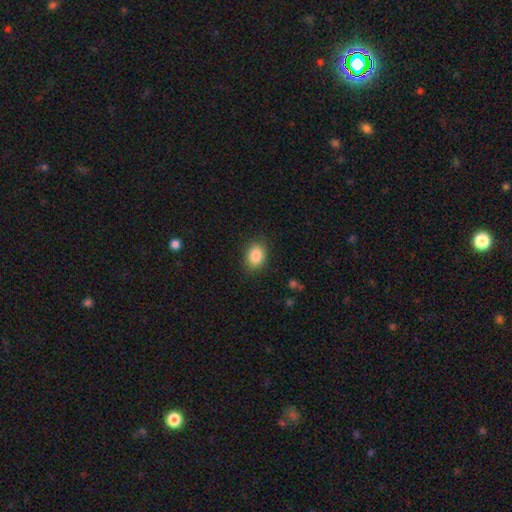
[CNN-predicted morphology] Overall: smooth (87%). How rounded: in between (66%; round 33%). Merging: none (86%).